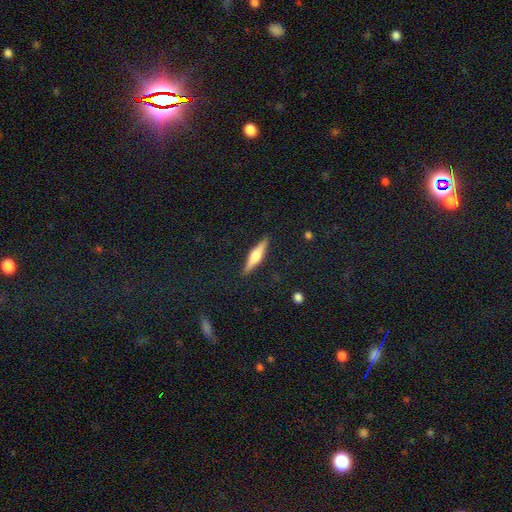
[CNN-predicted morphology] The model was most divided on "smooth or featured": featured or disk: 55%, smooth: 38%, star or artifact: 7%. More confident: edge-on disk — yes (96%); merging — none (90%); edge-on bulge — rounded (85%).